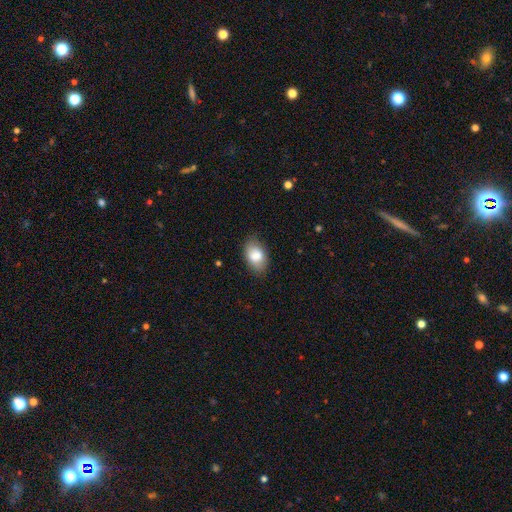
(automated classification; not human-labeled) smooth-or-featured: smooth: 83% | featured or disk: 11% | star or artifact: 7%
  how-rounded: in between: 91% | round: 8% | cigar-shaped: 1%
  merging: none: 79% | minor disturbance: 16% | major disturbance: 4% | merger: 1%